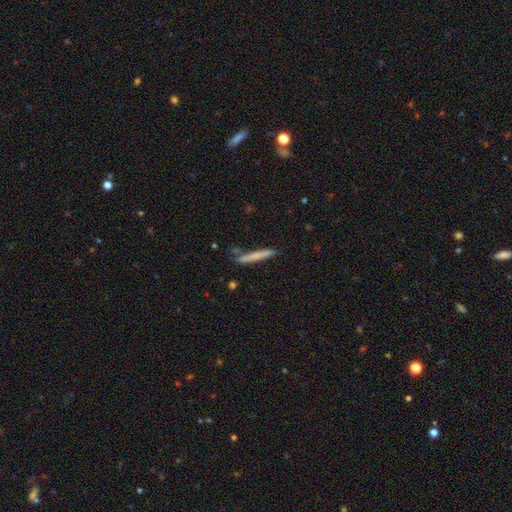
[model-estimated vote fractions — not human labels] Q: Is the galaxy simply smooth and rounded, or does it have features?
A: smooth — 66%.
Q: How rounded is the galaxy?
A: cigar-shaped — 96%.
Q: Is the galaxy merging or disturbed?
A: none — 81%.